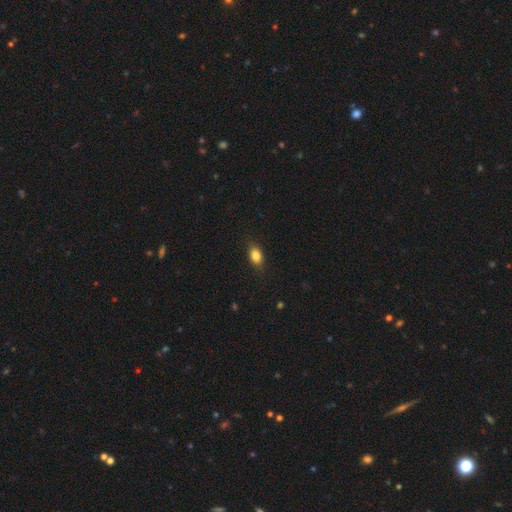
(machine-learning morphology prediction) This is clearly a smooth galaxy (84%). How rounded: likely in between (80%). Merging: clearly none (81%).